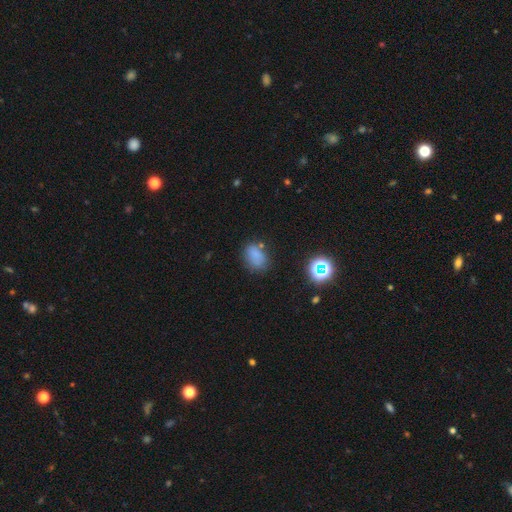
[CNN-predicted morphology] Smooth or featured?
  - smooth: 75% *
  - star or artifact: 16%
  - featured or disk: 8%
How rounded?
  - in between: 77% *
  - round: 21%
  - cigar-shaped: 2%
Merging?
  - none: 67% *
  - minor disturbance: 20%
  - major disturbance: 7%
  - merger: 6%